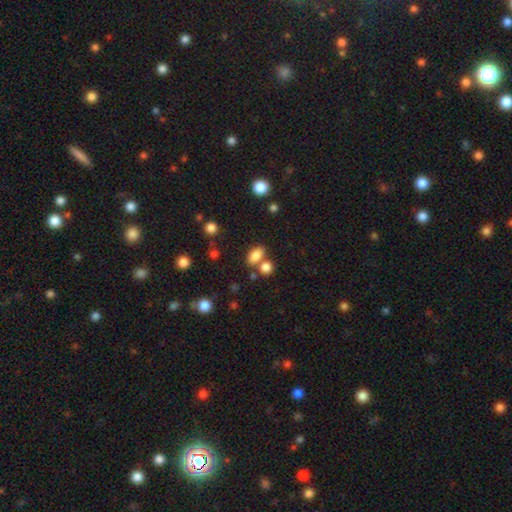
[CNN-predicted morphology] Overall: smooth (82%). How rounded: in between (83%). Merging: none (57%; merger 27%).